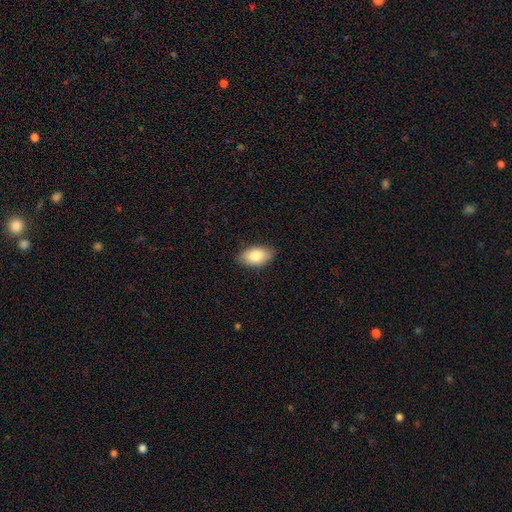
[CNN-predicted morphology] This is clearly a smooth galaxy (82%). How rounded: clearly in between (93%). Merging: clearly none (86%).